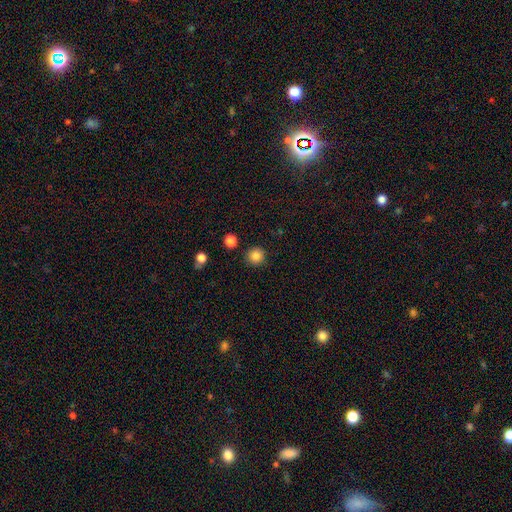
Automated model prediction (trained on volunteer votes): smooth_or_featured: smooth (p=0.85) [alt: star or artifact p=0.11]
how_rounded: round (p=0.94) [alt: in between p=0.05]
merging: none (p=0.90) [alt: minor disturbance p=0.06]